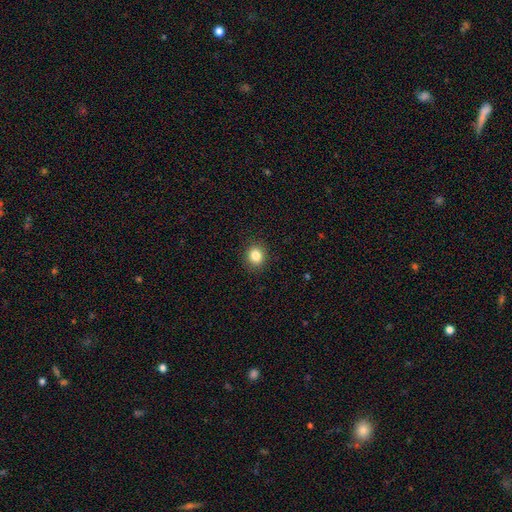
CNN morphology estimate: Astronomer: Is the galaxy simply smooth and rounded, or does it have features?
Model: smooth — 84%.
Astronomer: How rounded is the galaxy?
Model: round — 76%.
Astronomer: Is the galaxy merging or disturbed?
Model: none — 91%.